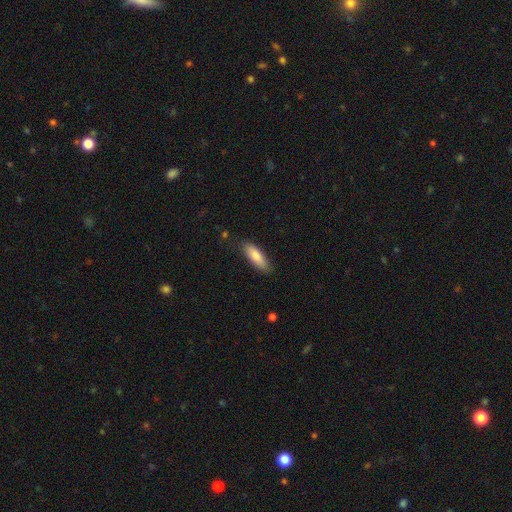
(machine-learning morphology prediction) The model was most divided on "how rounded": in between: 54%, cigar-shaped: 44%, round: 2%. More confident: smooth or featured — smooth (83%); merging — none (82%).